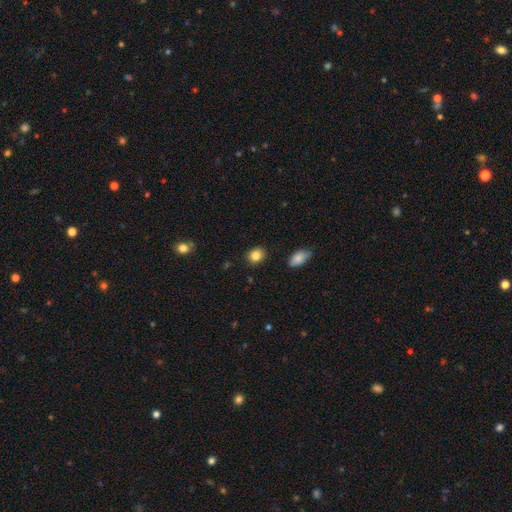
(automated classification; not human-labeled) Morphology: type=smooth (85%); roundness=round (63%); merging=none (88%).